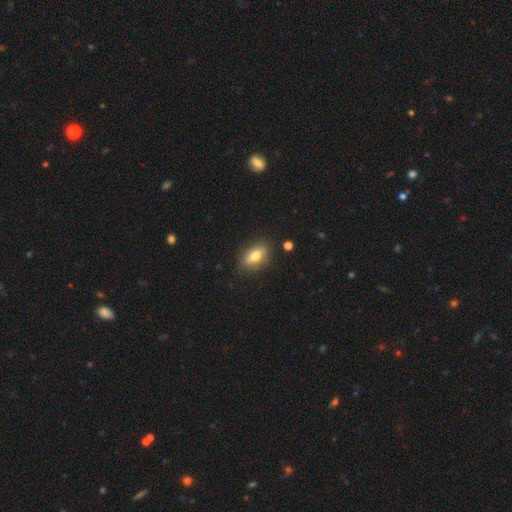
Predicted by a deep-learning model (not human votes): This is likely a smooth galaxy (69%). How rounded: likely in between (78%). Merging: clearly none (84%).